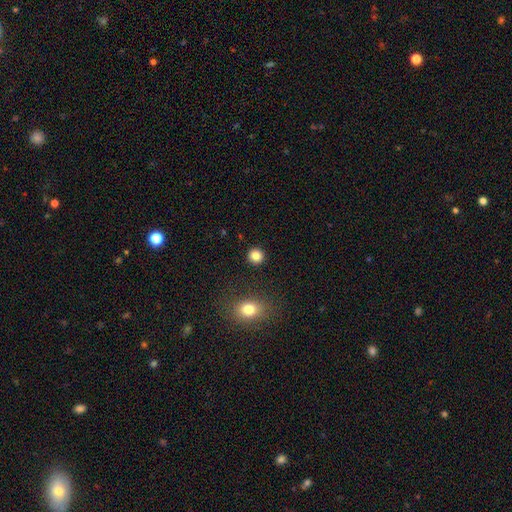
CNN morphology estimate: type=smooth (84%); roundness=round (92%); merging=none (91%).